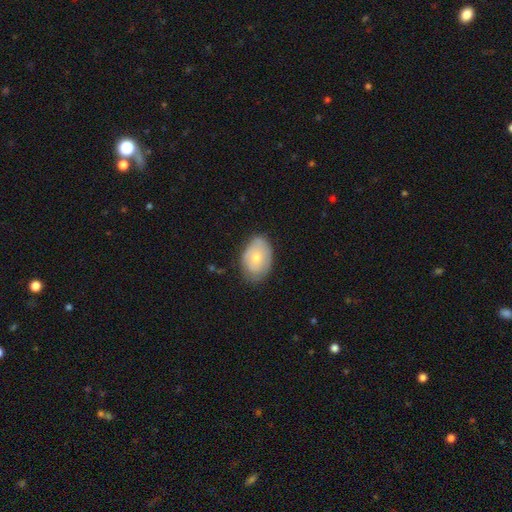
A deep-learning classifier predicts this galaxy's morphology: This is likely a smooth galaxy (62%). How rounded: likely in between (76%). Merging: likely none (66%).